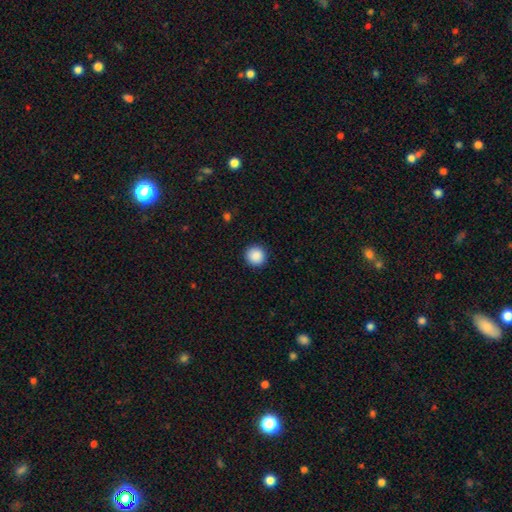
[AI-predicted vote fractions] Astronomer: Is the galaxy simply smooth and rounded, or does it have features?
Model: smooth — 89%.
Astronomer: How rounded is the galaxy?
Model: round — 94%.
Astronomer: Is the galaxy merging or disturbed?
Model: none — 92%.